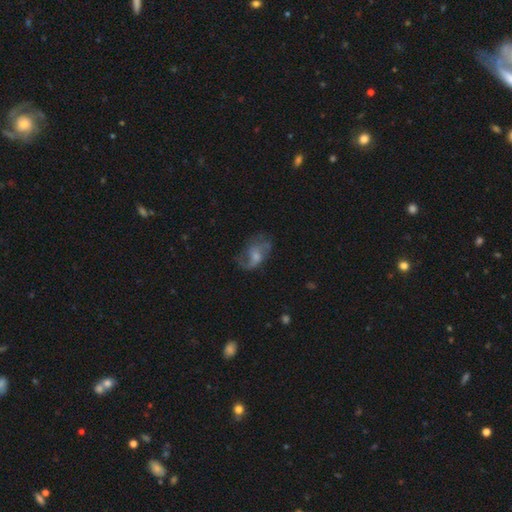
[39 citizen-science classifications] smooth-or-featured: featured or disk: 64% | smooth: 31% | star or artifact: 5%
  disk-edge-on: no: 96% | yes: 4%
    bar: no: 62% | weak: 29% | strong: 8%
    has-spiral-arms: yes: 67% | no: 33%
      spiral-winding: medium: 56% | loose: 38% | tight: 6%
      spiral-arm-count: 2: 88% | 1: 6% | more than 4: 6% | 3: 0% | 4: 0% | can't tell: 0%
    bulge-size: moderate: 38% (tied) | small: 38% (tied) | none: 25% | dominant: 0% | large: 0%
  merging: none: 57% | minor disturbance: 16% | major disturbance: 16% | merger: 11%